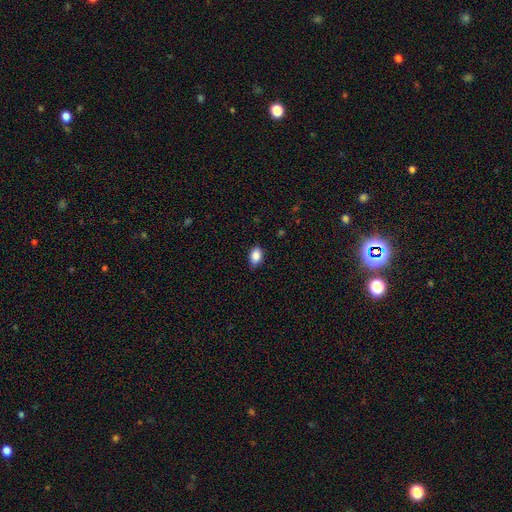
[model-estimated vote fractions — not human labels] smooth 87%, star or artifact 8%, featured or disk 5%. Down the decision tree: how rounded — in between (88%); merging — none (82%).